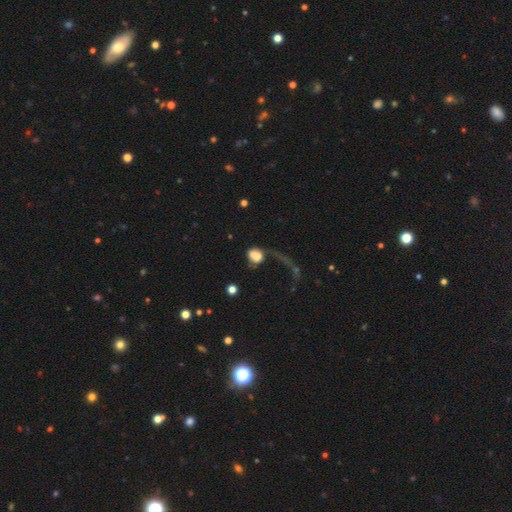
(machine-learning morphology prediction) smooth 65%, featured or disk 24%, star or artifact 10%. Down the decision tree: how rounded — in between (53%); merging — major disturbance (58%).